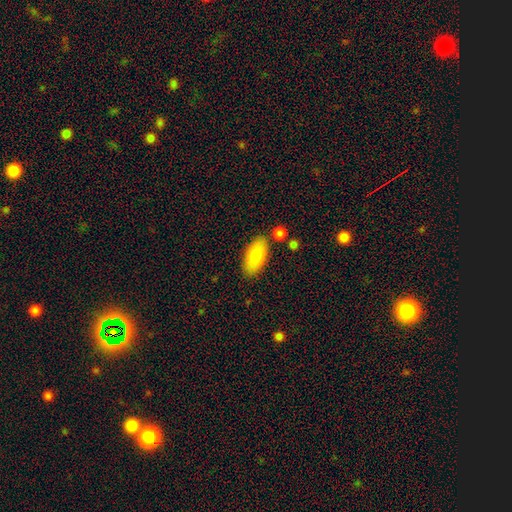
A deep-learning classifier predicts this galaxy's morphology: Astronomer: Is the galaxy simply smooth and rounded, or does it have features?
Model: smooth — 80%.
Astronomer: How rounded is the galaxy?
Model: in between — 93%.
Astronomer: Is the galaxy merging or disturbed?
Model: none — 81%.